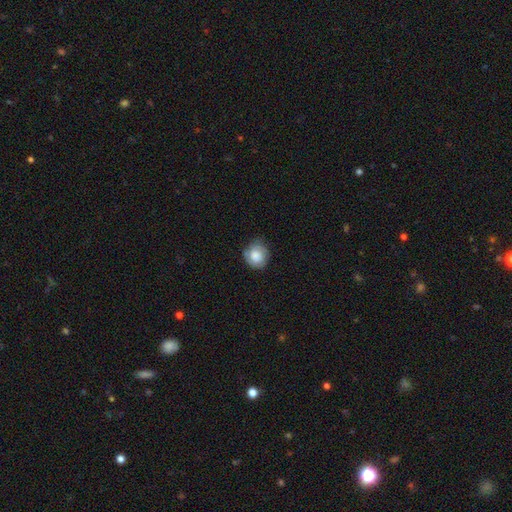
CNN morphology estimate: smooth 69%, featured or disk 23%, star or artifact 8%. Down the decision tree: how rounded — round (74%); merging — none (67%).